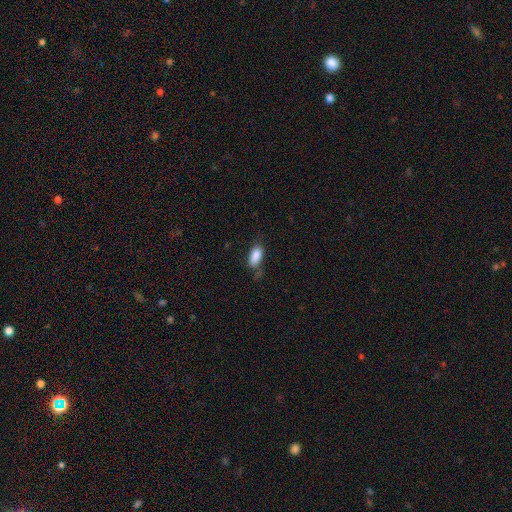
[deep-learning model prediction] smooth_or_featured: smooth (p=0.85) [alt: star or artifact p=0.07]
how_rounded: in between (p=0.88) [alt: cigar-shaped p=0.09]
merging: none (p=0.56) [alt: minor disturbance p=0.28]